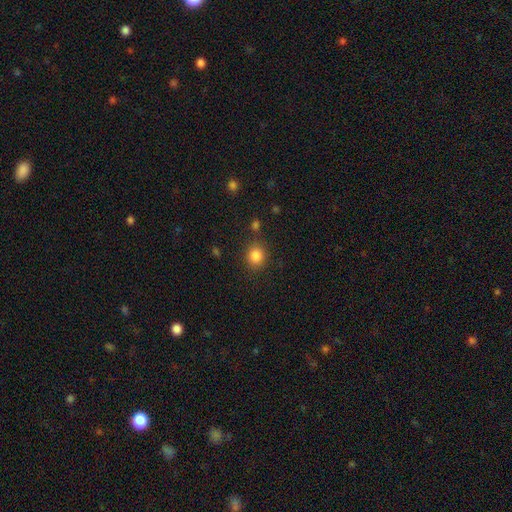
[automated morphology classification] Smooth or featured: smooth — 85% (star or artifact — 11%)
How rounded: round — 79% (in between — 20%)
Merging: none — 81% (minor disturbance — 10%)